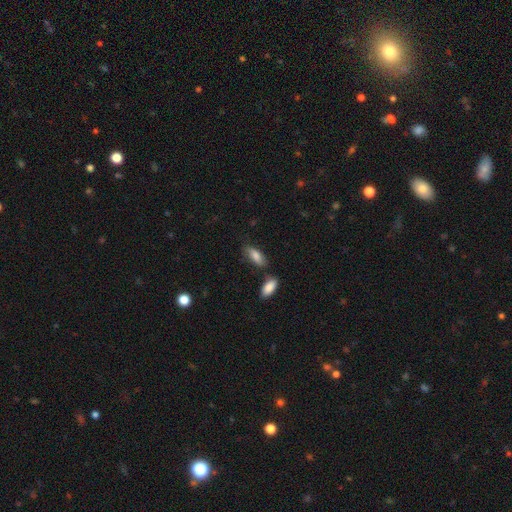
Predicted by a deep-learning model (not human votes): Smooth or featured: smooth — 83% (featured or disk — 11%)
How rounded: in between — 76% (cigar-shaped — 22%)
Merging: none — 70% (minor disturbance — 16%)